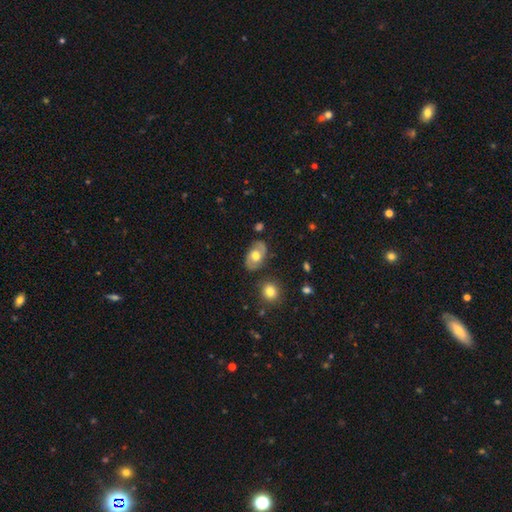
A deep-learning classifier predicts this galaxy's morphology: Overall: smooth (50%; featured or disk 42%). How rounded: in between (84%). Merging: none (78%).